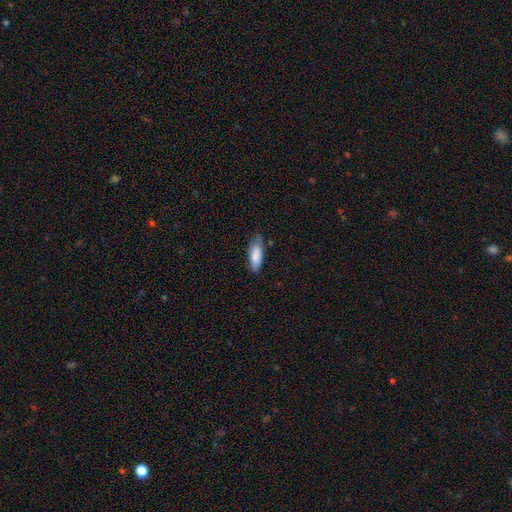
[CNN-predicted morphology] Smooth or featured? smooth (84%)
How rounded? in between (66%)
Merging? none (66%)